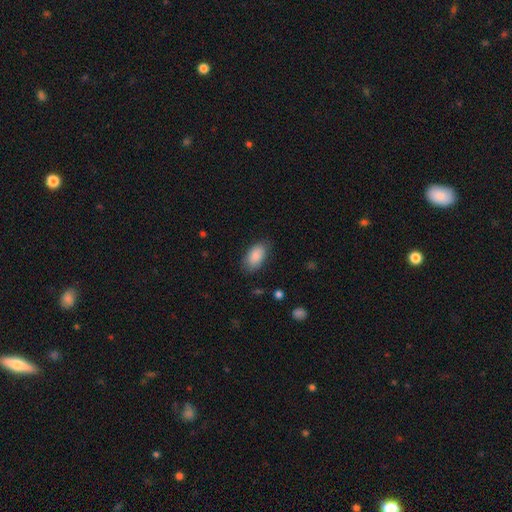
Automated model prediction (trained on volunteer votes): Morphology: type=smooth (89%); roundness=in between (94%); merging=none (81%).